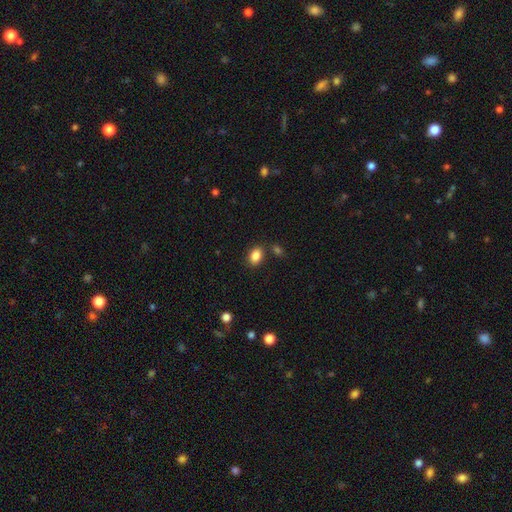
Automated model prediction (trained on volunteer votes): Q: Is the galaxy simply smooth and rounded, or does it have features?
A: smooth — 86%.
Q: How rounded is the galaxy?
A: in between — 80%.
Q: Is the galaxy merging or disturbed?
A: none — 78%.